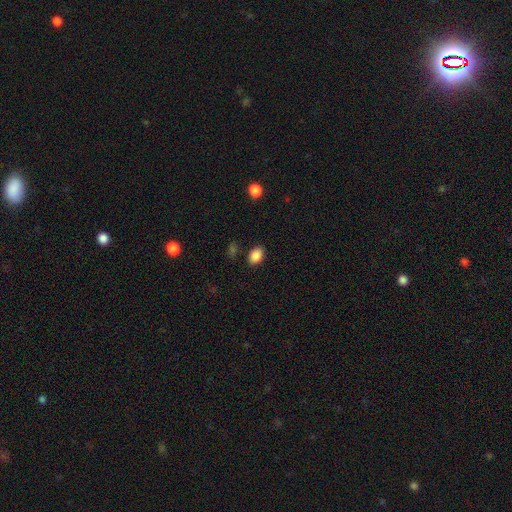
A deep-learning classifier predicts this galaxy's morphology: A smooth galaxy with no disk features (87%) that is in between round and cigar-shaped (82%).

Vote fractions:
- Smooth or featured? smooth: 87% / star or artifact: 9% / featured or disk: 4%
- How rounded? in between: 82% / round: 17% / cigar-shaped: 1%
- Merging? none: 85% / minor disturbance: 10% / major disturbance: 3% / merger: 2%